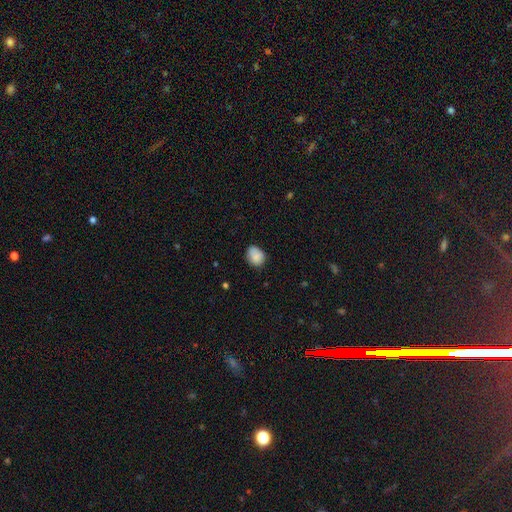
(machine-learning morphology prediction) Smooth or featured: smooth — 84% (star or artifact — 8%)
How rounded: in between — 55% (round — 44%)
Merging: none — 70% (minor disturbance — 23%)